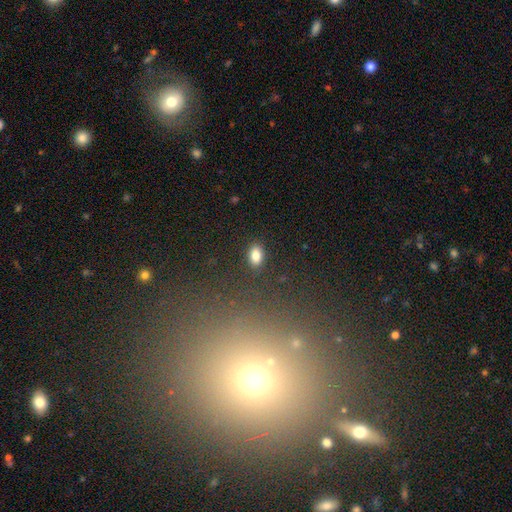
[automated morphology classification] Smooth or featured?
  - smooth: 83% *
  - star or artifact: 10%
  - featured or disk: 7%
How rounded?
  - in between: 86% *
  - round: 12%
  - cigar-shaped: 2%
Merging?
  - none: 87% *
  - minor disturbance: 9%
  - major disturbance: 3%
  - merger: 2%